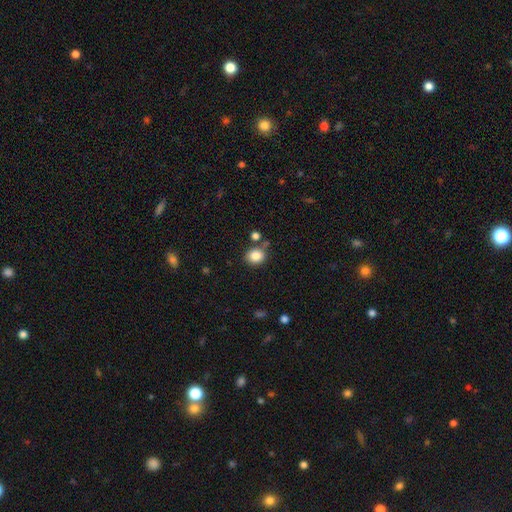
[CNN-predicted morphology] Smooth or featured: smooth — 85% (star or artifact — 10%)
How rounded: round — 70% (in between — 29%)
Merging: none — 72% (minor disturbance — 13%)